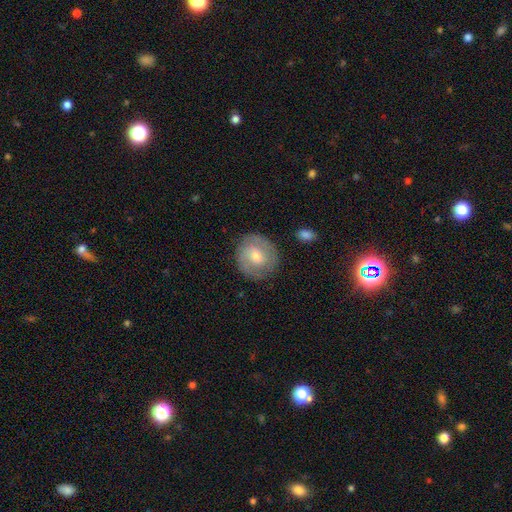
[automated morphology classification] Smooth or featured: featured or disk — 59% (smooth — 34%)
Edge-on disk: no — 97% (yes — 3%)
Bar: no — 49% (weak — 42%)
Spiral arms: yes — 82% (no — 18%)
Bulge size: moderate — 52% (small — 42%)
Merging: none — 83% (minor disturbance — 12%)